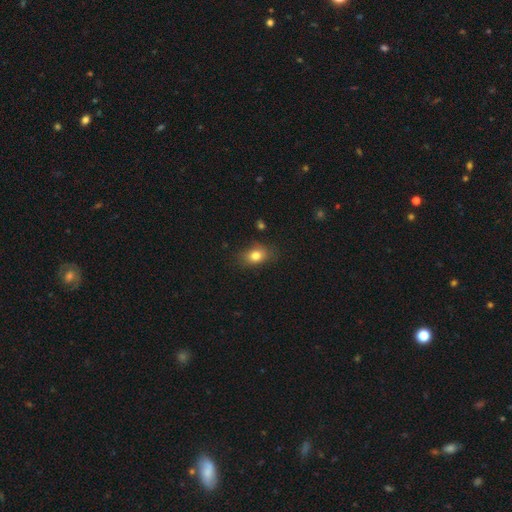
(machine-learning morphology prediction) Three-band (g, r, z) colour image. It shows a smooth galaxy with no disk features (80%) that is in between round and cigar-shaped (69%). Merging: none (77%).